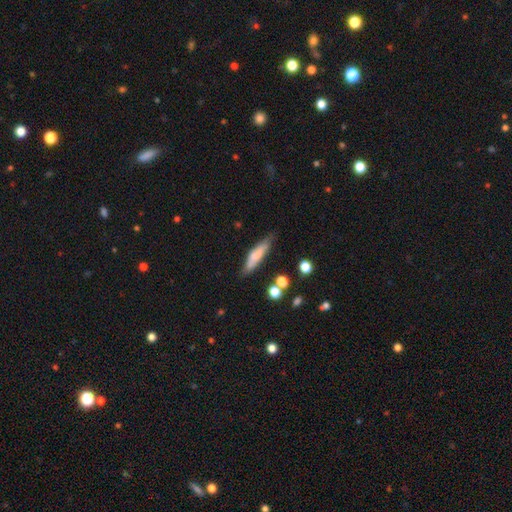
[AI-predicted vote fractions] Smooth or featured: smooth — 70% (featured or disk — 23%)
How rounded: cigar-shaped — 75% (in between — 23%)
Merging: none — 72% (minor disturbance — 20%)